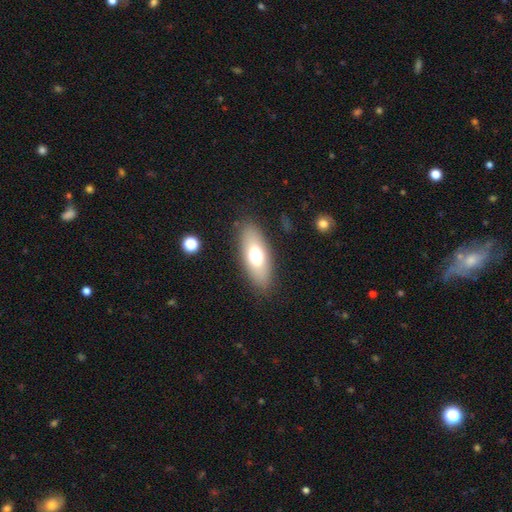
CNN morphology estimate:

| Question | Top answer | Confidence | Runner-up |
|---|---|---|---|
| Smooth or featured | smooth | 66% | featured or disk (26%) |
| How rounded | in between | 74% | cigar-shaped (22%) |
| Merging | none | 86% | minor disturbance (9%) |